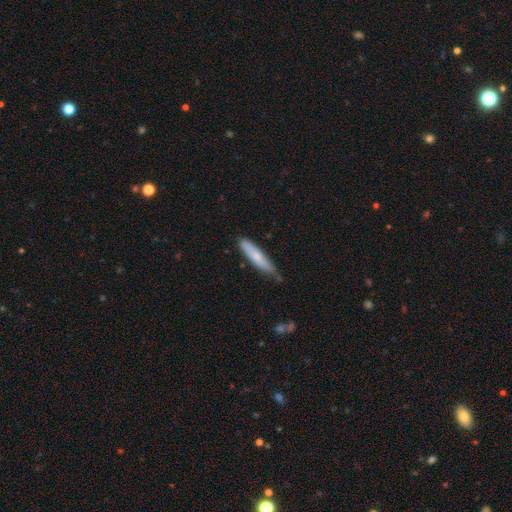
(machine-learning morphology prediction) This appears to be a smooth galaxy with no disk features (70%) that is cigar-shaped (85%). Merging: none (66%).